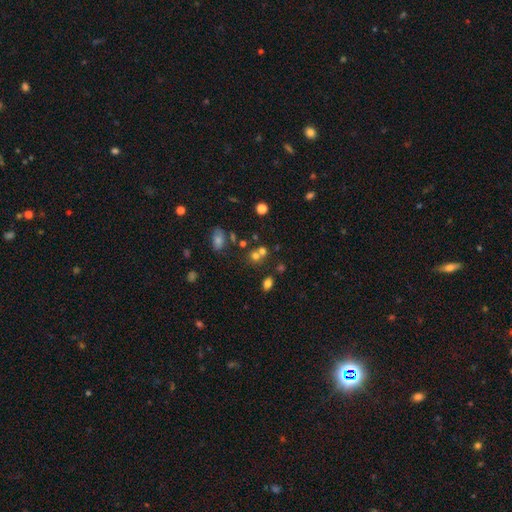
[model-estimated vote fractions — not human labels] Smooth or featured? smooth (64%)
How rounded? round (74%)
Merging? none (49%)